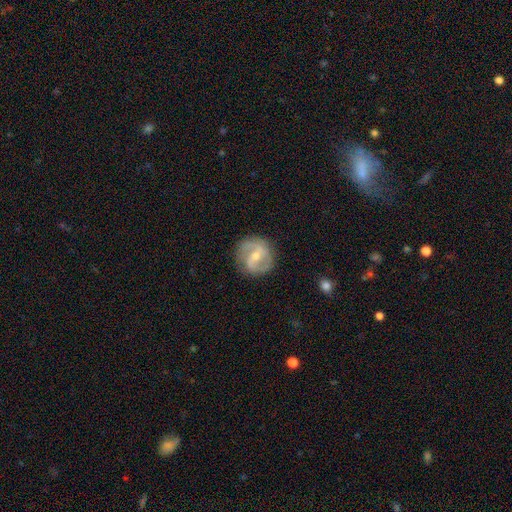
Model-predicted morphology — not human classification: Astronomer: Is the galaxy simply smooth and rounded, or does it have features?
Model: featured or disk — 79%.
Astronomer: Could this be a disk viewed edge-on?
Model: no — 97%.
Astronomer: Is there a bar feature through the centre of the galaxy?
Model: weak — 50% (runner-up: strong, 28%).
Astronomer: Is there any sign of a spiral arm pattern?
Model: yes — 91%.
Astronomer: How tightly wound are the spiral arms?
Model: medium — 50% (runner-up: loose, 27%).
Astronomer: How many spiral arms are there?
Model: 2 — 86%.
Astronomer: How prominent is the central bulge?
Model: small — 49% (runner-up: moderate, 47%).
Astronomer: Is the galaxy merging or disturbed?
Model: none — 81%.